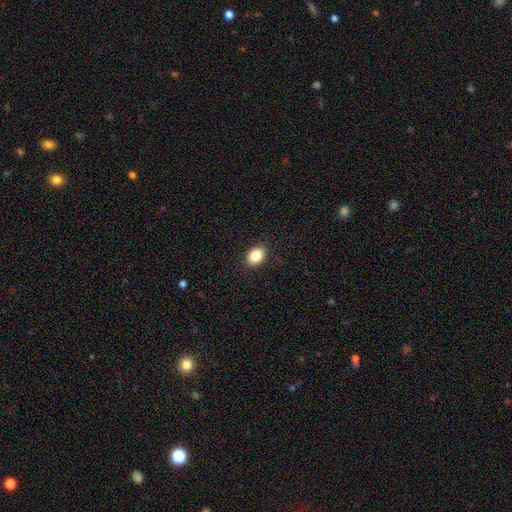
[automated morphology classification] This is clearly a smooth galaxy (86%). How rounded: likely in between (78%). Merging: clearly none (89%).